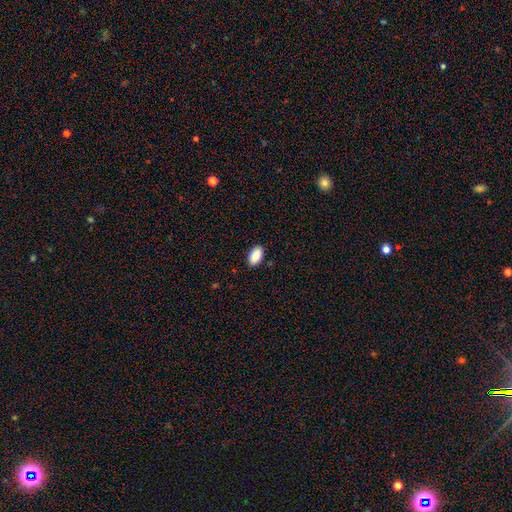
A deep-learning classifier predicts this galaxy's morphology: A smooth galaxy with no disk features (90%) that is in between round and cigar-shaped (95%).

Vote fractions:
- Smooth or featured? smooth: 90% / star or artifact: 7% / featured or disk: 4%
- How rounded? in between: 95% / round: 3% / cigar-shaped: 2%
- Merging? none: 89% / minor disturbance: 9% / major disturbance: 2% / merger: 1%